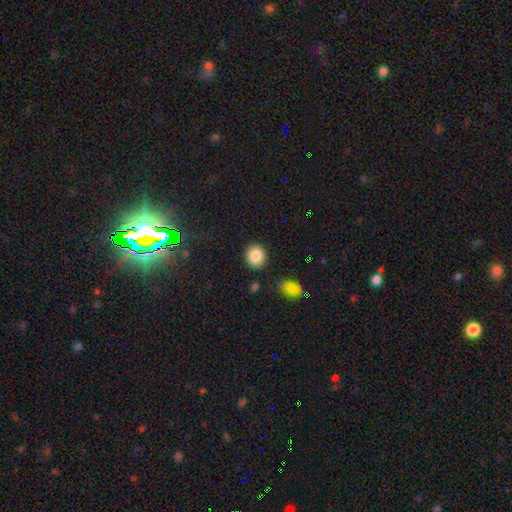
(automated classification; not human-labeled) A smooth galaxy with no disk features (85%) that is round (79%).

Vote fractions:
- Smooth or featured? smooth: 85% / star or artifact: 9% / featured or disk: 6%
- How rounded? round: 79% / in between: 20% / cigar-shaped: 1%
- Merging? none: 87% / minor disturbance: 8% / merger: 3% / major disturbance: 3%